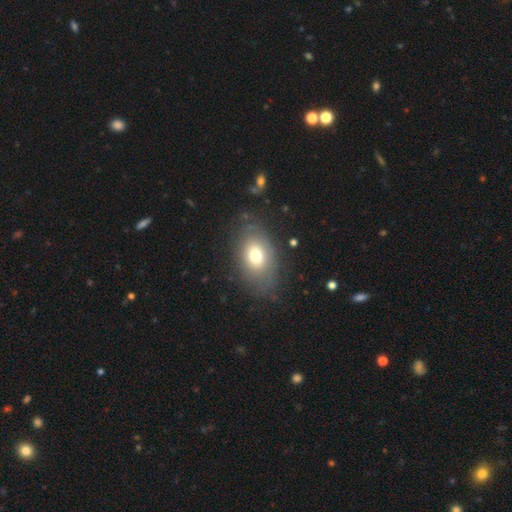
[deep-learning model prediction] Smooth or featured? smooth (68%)
How rounded? in between (83%)
Merging? none (73%)